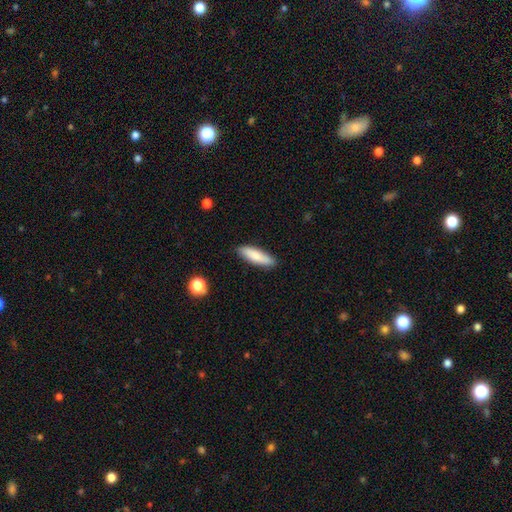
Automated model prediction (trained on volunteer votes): Smooth or featured? smooth (79%)
How rounded? cigar-shaped (58%)
Merging? none (86%)